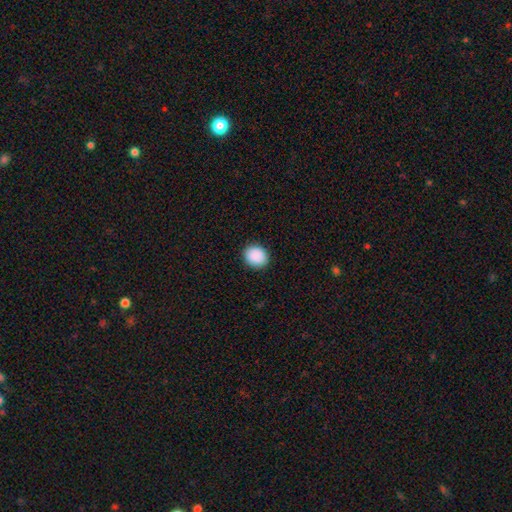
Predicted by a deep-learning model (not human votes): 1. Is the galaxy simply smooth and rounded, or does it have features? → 90% smooth, 8% star or artifact, 2% featured or disk.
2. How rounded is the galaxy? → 77% round, 23% in between, 1% cigar-shaped.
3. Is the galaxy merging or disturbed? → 91% none, 7% minor disturbance, 2% major disturbance, 1% merger.